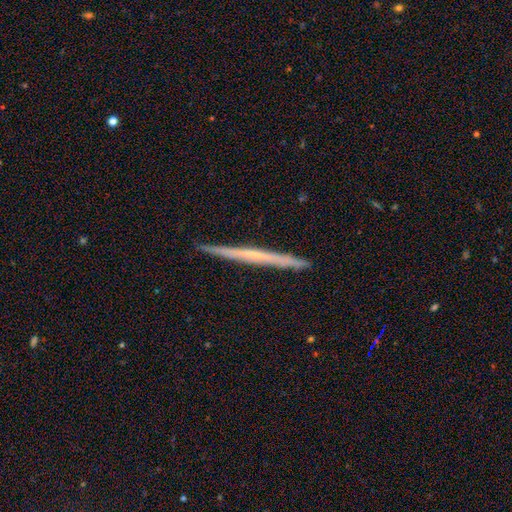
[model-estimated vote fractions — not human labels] This appears to be a featured or disk galaxy (61%) viewed edge-on (98%) with no central bulge (83%). Merging: none (92%).